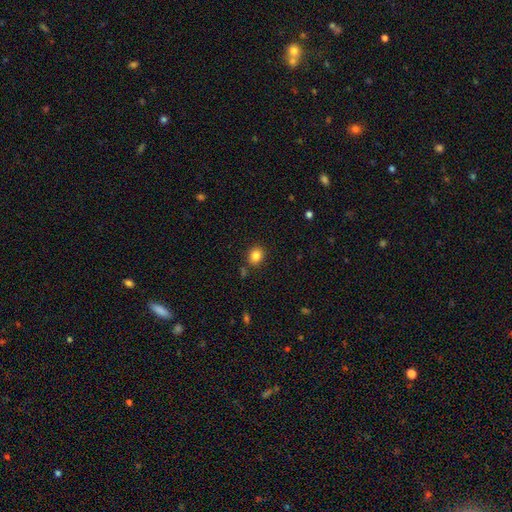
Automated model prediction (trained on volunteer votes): smooth_or_featured: smooth (p=0.85) [alt: star or artifact p=0.10]
how_rounded: round (p=0.67) [alt: in between p=0.32]
merging: none (p=0.85) [alt: minor disturbance p=0.09]